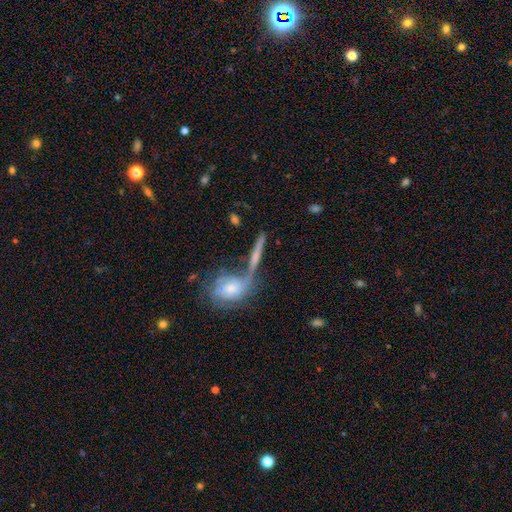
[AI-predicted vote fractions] Morphology: type=featured or disk (51%); edge-on=yes (74%); merging=none (51%).